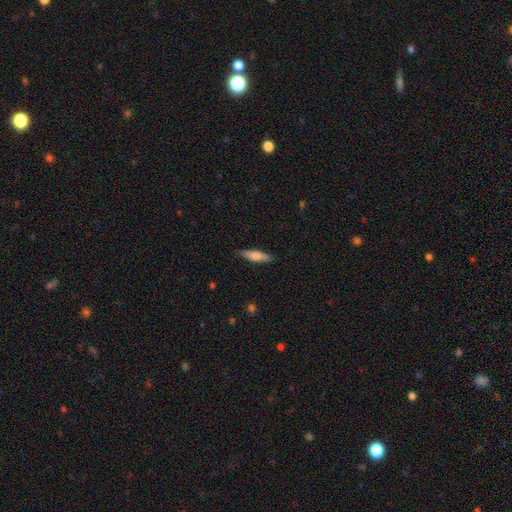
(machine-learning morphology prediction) type=smooth (67%); roundness=cigar-shaped (70%); merging=none (87%).